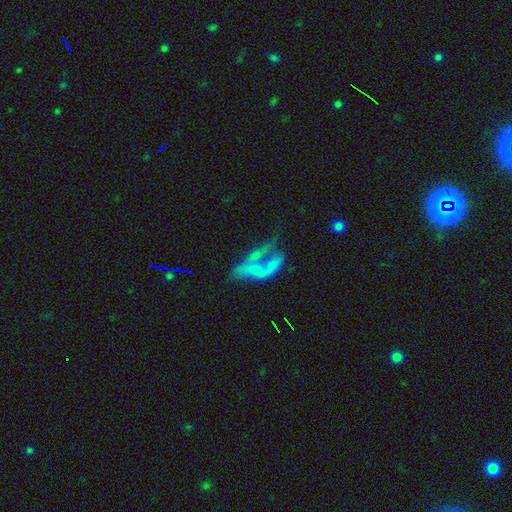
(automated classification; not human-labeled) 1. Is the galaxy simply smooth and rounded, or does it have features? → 52% featured or disk, 34% smooth, 14% star or artifact.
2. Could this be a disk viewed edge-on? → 93% no, 7% yes.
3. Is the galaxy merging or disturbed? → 51% merger, 26% major disturbance, 14% none, 9% minor disturbance.